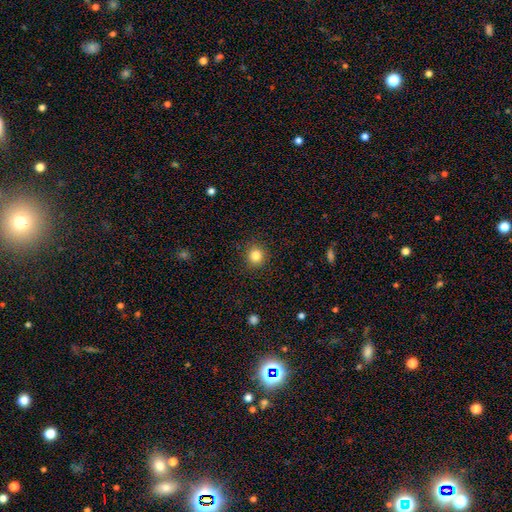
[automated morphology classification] Smooth or featured?
  - smooth: 83% *
  - star or artifact: 11%
  - featured or disk: 5%
How rounded?
  - round: 91% *
  - in between: 8%
  - cigar-shaped: 1%
Merging?
  - none: 91% *
  - minor disturbance: 6%
  - major disturbance: 2%
  - merger: 1%